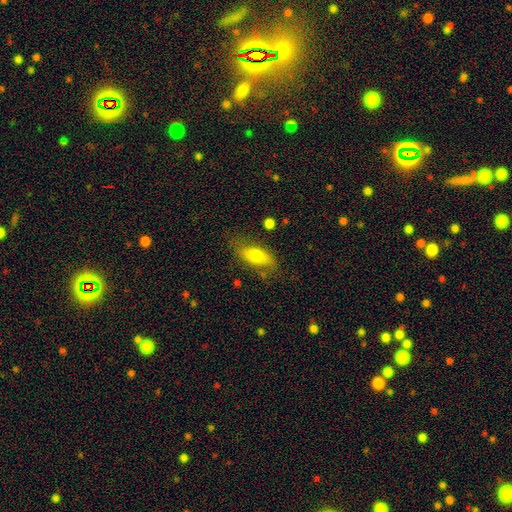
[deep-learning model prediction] A smooth galaxy with no disk features (66%) that is in between round and cigar-shaped (78%). Merging: none (69%).